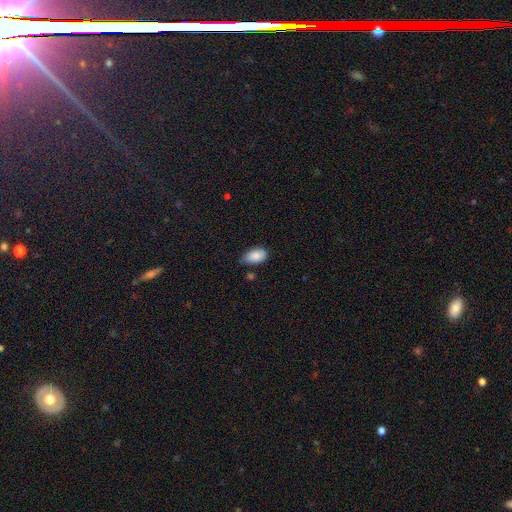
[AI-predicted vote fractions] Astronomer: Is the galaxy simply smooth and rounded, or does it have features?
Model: smooth — 87%.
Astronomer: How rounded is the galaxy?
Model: in between — 94%.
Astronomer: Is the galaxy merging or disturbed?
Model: none — 65%.